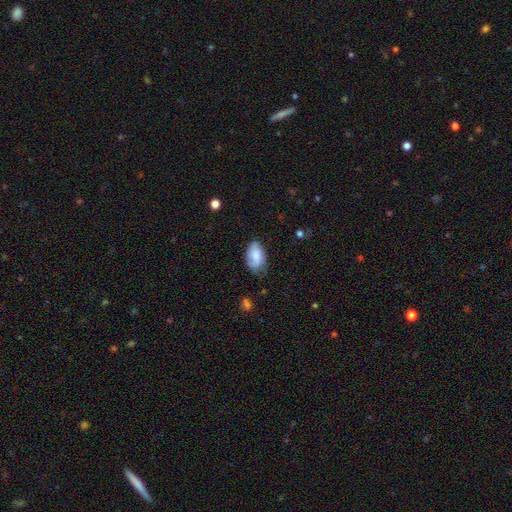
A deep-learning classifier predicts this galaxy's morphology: A smooth galaxy with no disk features (75%) that is in between round and cigar-shaped (93%). Merging: none (62%).